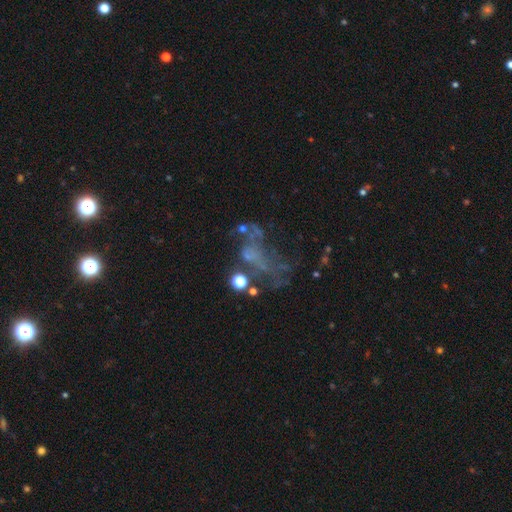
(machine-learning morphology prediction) Smooth or featured: featured or disk — 47% (star or artifact — 34%)
Merging: major disturbance — 42% (none — 30%)